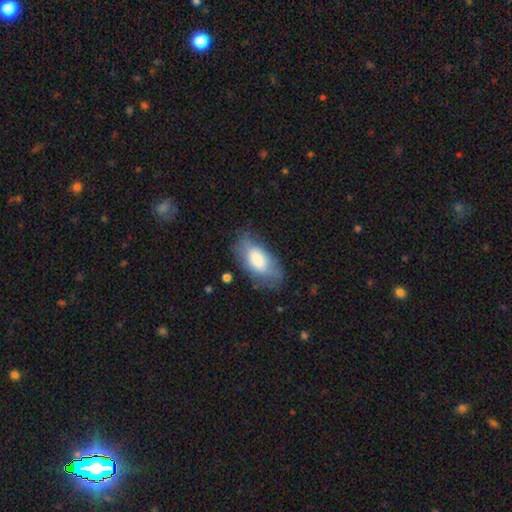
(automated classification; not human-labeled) This appears to be a smooth galaxy with no disk features (70%) that is in between round and cigar-shaped (91%). Merging: none (67%).